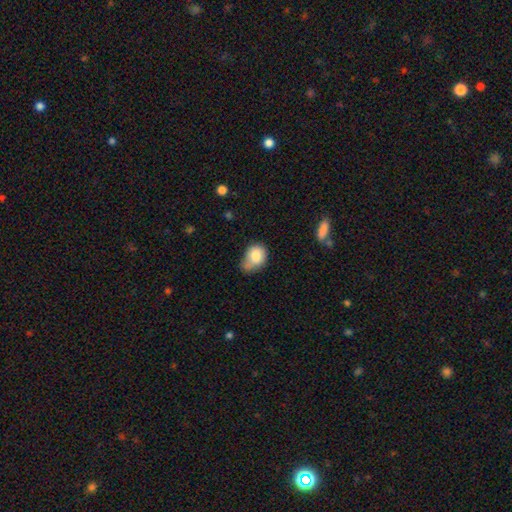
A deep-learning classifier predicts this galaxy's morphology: This is likely a smooth galaxy (79%). How rounded: likely in between (61%). Merging: marginally minor disturbance (41%).